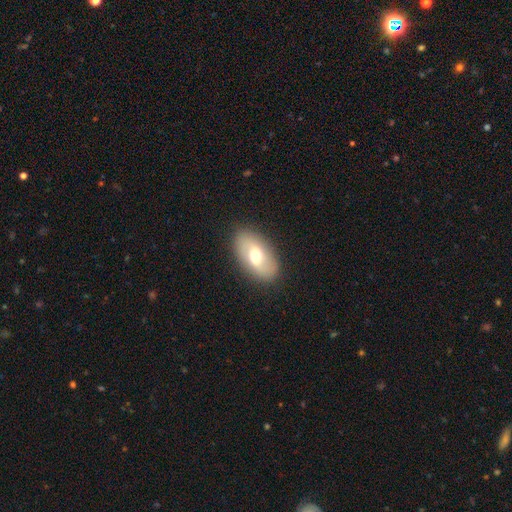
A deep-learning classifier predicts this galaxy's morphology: Smooth or featured: smooth — 55% (featured or disk — 38%)
How rounded: in between — 92% (round — 5%)
Merging: none — 86% (minor disturbance — 10%)